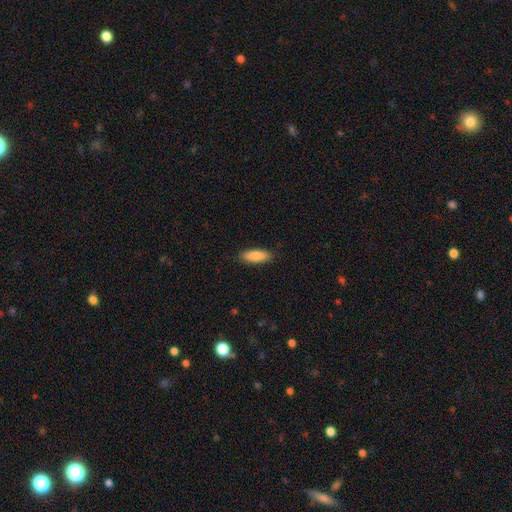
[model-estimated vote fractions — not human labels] Smooth or featured?
  - smooth: 87% *
  - featured or disk: 7%
  - star or artifact: 6%
How rounded?
  - in between: 61% *
  - cigar-shaped: 37%
  - round: 2%
Merging?
  - none: 88% *
  - minor disturbance: 9%
  - major disturbance: 2%
  - merger: 1%